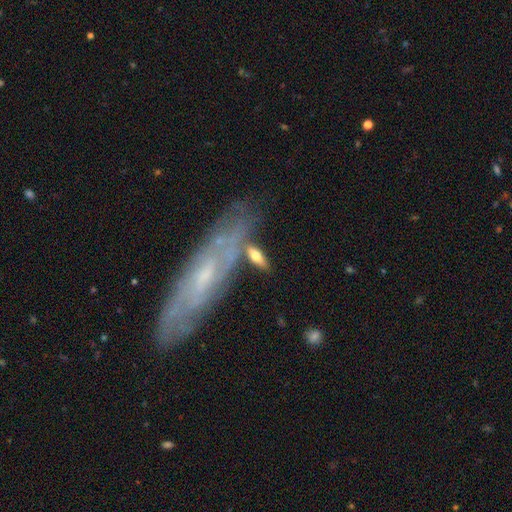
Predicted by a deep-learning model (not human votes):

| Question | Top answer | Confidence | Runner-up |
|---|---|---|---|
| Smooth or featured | smooth | 64% | featured or disk (30%) |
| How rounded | in between | 68% | cigar-shaped (28%) |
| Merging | none | 62% | minor disturbance (17%) |